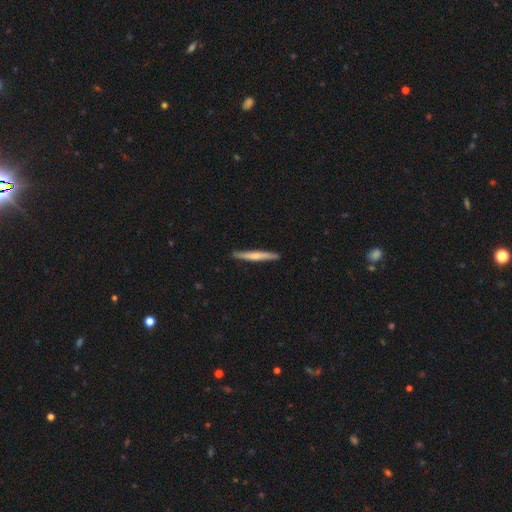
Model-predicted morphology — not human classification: smooth 57%, featured or disk 38%, star or artifact 5%. Down the decision tree: how rounded — cigar-shaped (96%); merging — none (90%).